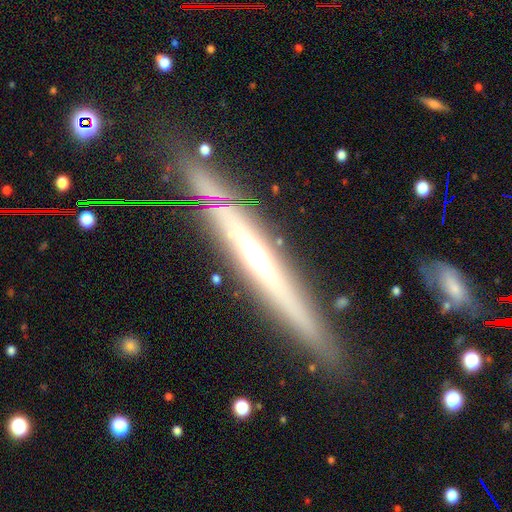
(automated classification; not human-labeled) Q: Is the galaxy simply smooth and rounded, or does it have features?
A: featured or disk — 69%.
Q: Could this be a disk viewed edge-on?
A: yes — 93%.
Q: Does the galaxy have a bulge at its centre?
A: rounded — 66%.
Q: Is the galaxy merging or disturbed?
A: none — 84%.